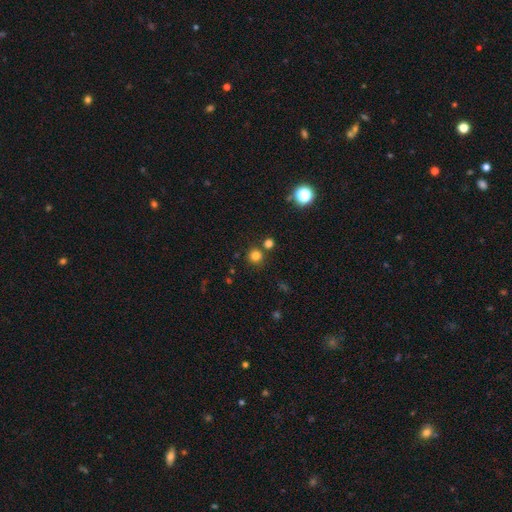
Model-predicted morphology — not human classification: Smooth or featured? Predicted: smooth (p=0.78). How rounded? Predicted: round (p=0.94). Merging? Predicted: none (p=0.80).